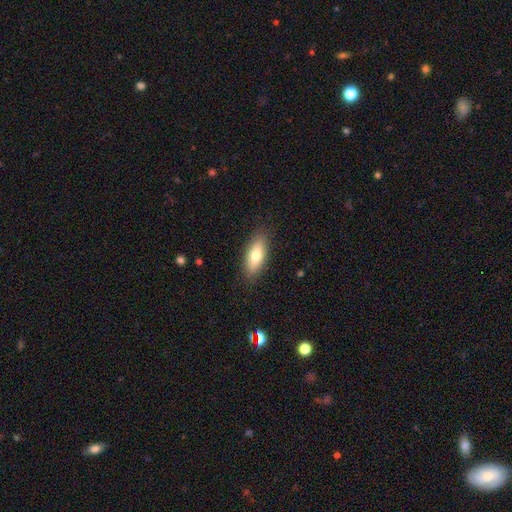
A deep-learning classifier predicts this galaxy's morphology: smooth-or-featured: smooth: 74% | featured or disk: 19% | star or artifact: 7%
  how-rounded: in between: 73% | cigar-shaped: 24% | round: 3%
  merging: none: 87% | minor disturbance: 10% | major disturbance: 2% | merger: 1%